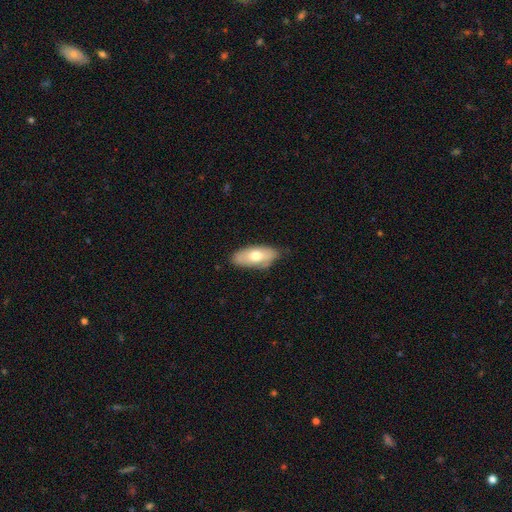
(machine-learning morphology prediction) smooth 67%, featured or disk 27%, star or artifact 6%. Down the decision tree: how rounded — in between (87%); merging — none (75%).